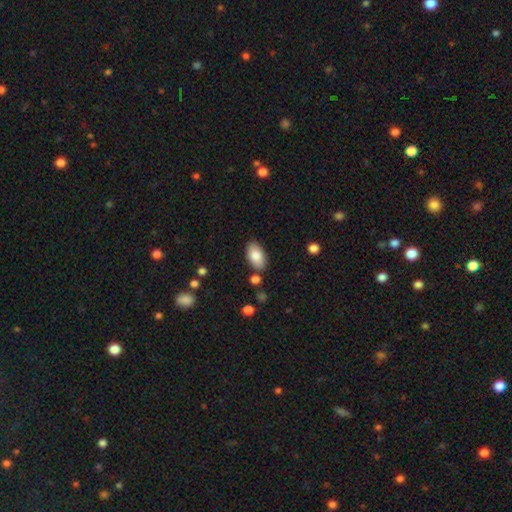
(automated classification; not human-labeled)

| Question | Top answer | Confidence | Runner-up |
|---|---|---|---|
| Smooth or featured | smooth | 83% | featured or disk (10%) |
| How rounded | in between | 94% | round (4%) |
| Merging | none | 83% | minor disturbance (11%) |